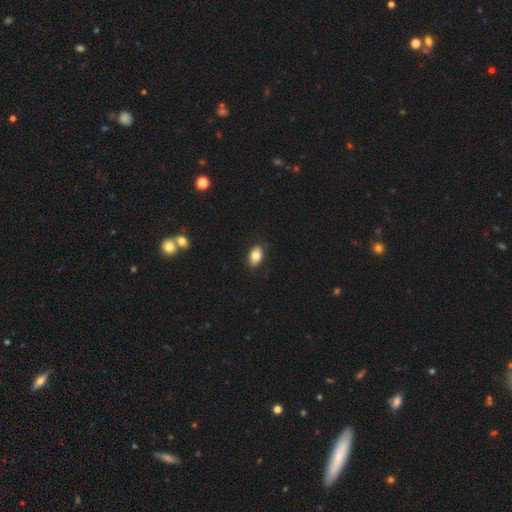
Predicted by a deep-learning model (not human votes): A smooth galaxy with no disk features (81%) that is in between round and cigar-shaped (86%).

Vote fractions:
- Smooth or featured? smooth: 81% / featured or disk: 11% / star or artifact: 8%
- How rounded? in between: 86% / round: 13% / cigar-shaped: 2%
- Merging? none: 85% / minor disturbance: 12% / major disturbance: 2% / merger: 1%